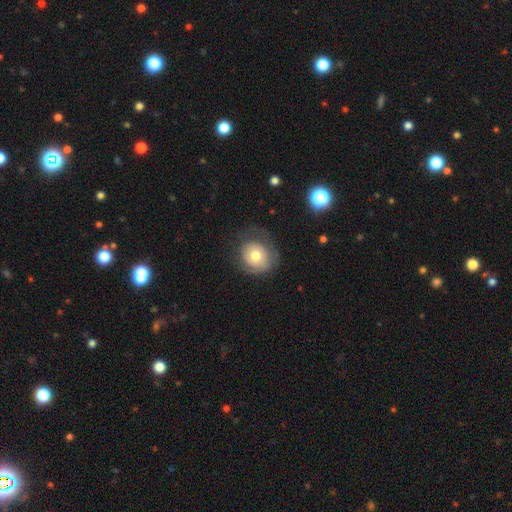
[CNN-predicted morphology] A smooth galaxy with no disk features (55%) that is round (76%). Merging: none (57%).